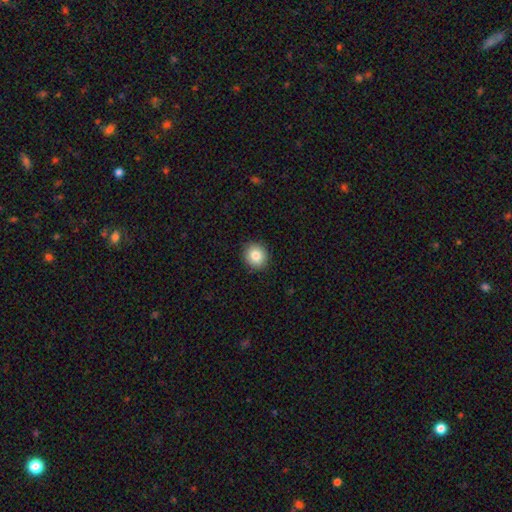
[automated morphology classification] smooth_or_featured: smooth (p=0.83) [alt: star or artifact p=0.09]
how_rounded: round (p=0.88) [alt: in between p=0.11]
merging: none (p=0.91) [alt: minor disturbance p=0.07]